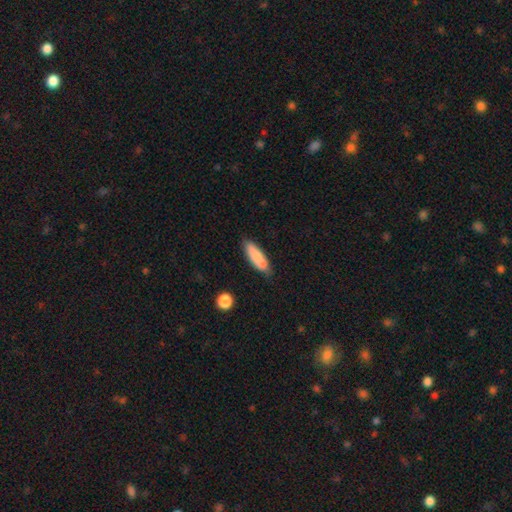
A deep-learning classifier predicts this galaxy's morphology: Overall: smooth (79%). How rounded: cigar-shaped (51%; in between 47%). Merging: none (69%).